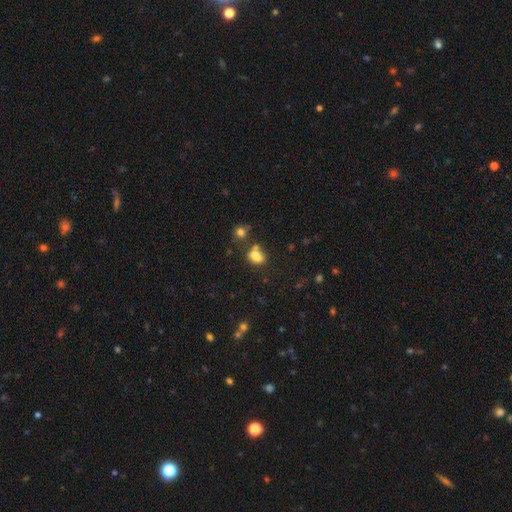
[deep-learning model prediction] Smooth or featured? smooth (76%)
How rounded? in between (70%)
Merging? none (46%)